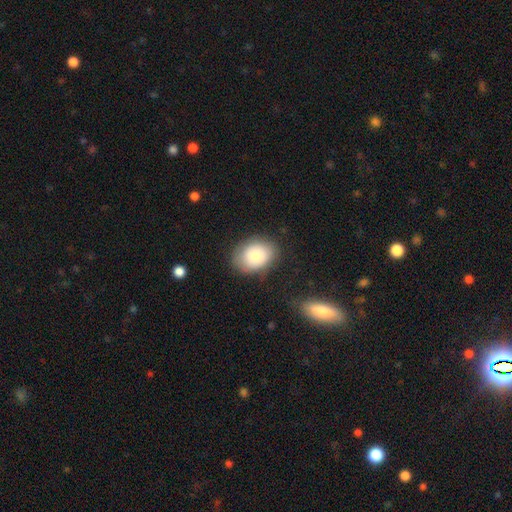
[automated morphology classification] This is likely a smooth galaxy (78%). How rounded: likely in between (69%). Merging: likely none (77%).